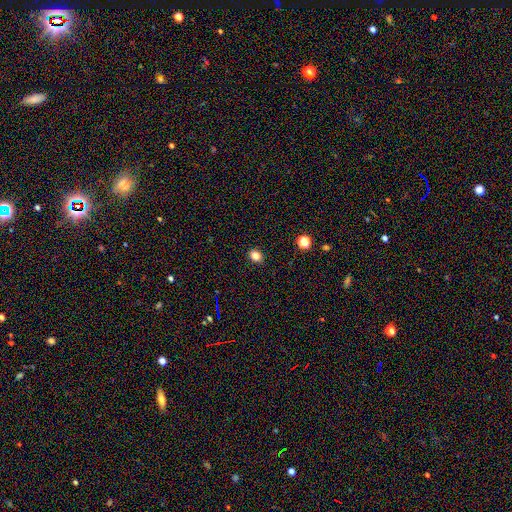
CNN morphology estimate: smooth-or-featured: smooth: 81% | star or artifact: 13% | featured or disk: 5%
  how-rounded: round: 57% | in between: 42% | cigar-shaped: 1%
  merging: none: 91% | minor disturbance: 6% | major disturbance: 2% | merger: 1%